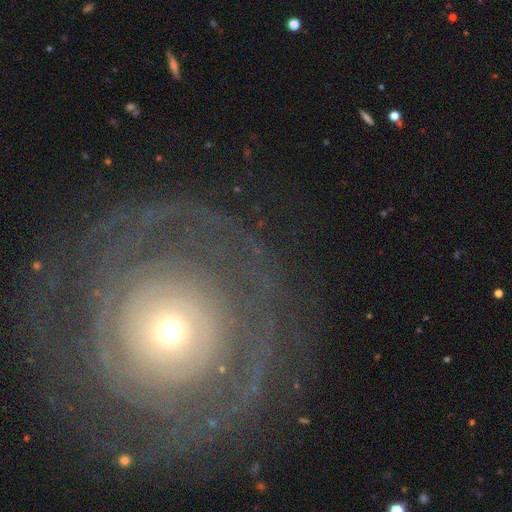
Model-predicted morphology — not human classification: type=featured or disk (73%); edge-on=no (96%); bar=no (88%); spiral arms=yes (72%); winding=tight (79%); arm count=can't tell (43%); bulge=small (52%); merging=none (74%).